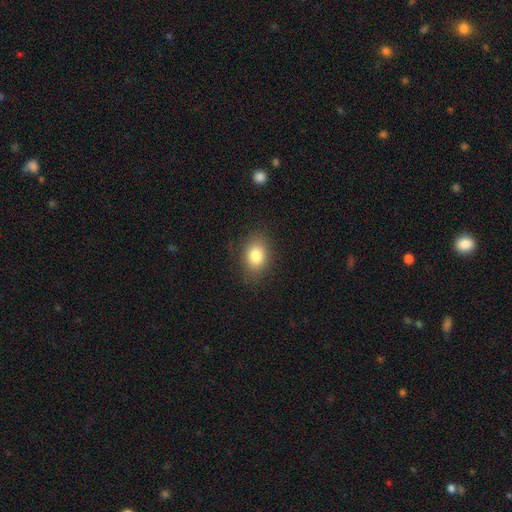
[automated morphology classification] smooth-or-featured: smooth: 81% | star or artifact: 10% | featured or disk: 9%
  how-rounded: in between: 67% | round: 31% | cigar-shaped: 1%
  merging: none: 83% | minor disturbance: 12% | major disturbance: 4% | merger: 1%